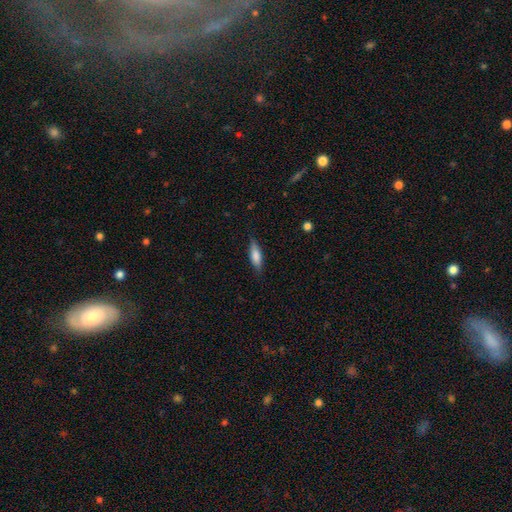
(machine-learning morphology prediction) Smooth or featured?
  - smooth: 71% *
  - featured or disk: 23%
  - star or artifact: 6%
How rounded?
  - cigar-shaped: 53% *
  - in between: 45%
  - round: 2%
Merging?
  - none: 83% *
  - minor disturbance: 14%
  - major disturbance: 3%
  - merger: 1%